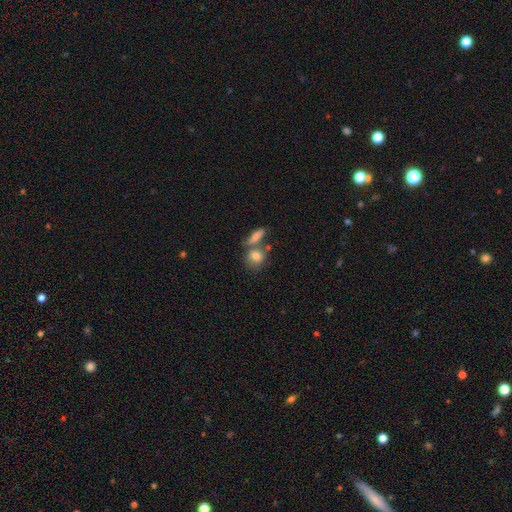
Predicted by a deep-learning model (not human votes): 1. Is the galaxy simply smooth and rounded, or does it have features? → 79% smooth, 13% featured or disk, 9% star or artifact.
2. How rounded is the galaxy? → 58% round, 38% in between, 4% cigar-shaped.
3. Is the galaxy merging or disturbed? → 47% none, 36% merger, 12% minor disturbance, 5% major disturbance.